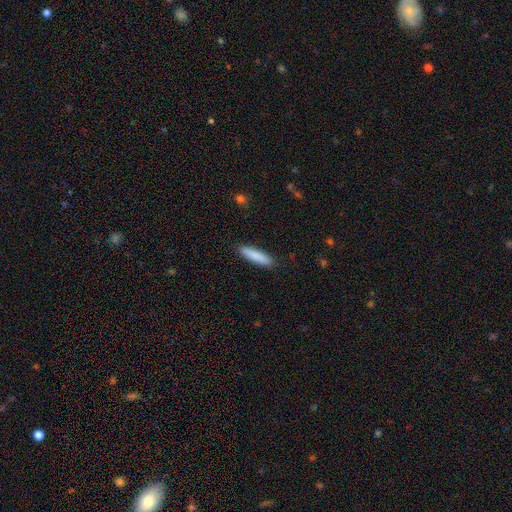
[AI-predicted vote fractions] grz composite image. It shows a smooth galaxy with no disk features (85%) that is cigar-shaped (82%). Merging: none (90%).